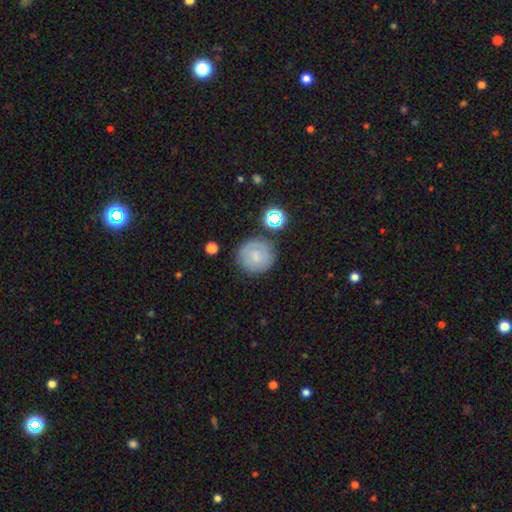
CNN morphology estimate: Smooth or featured? Predicted: smooth (p=0.70). How rounded? Predicted: round (p=0.93). Merging? Predicted: none (p=0.81).